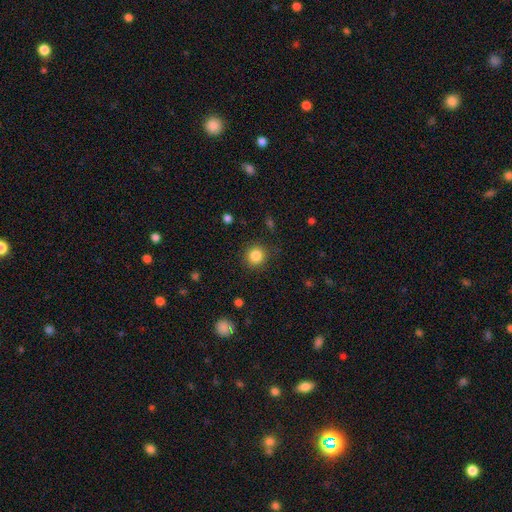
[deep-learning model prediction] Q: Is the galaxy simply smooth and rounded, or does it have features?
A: smooth — 84%.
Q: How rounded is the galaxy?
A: round — 93%.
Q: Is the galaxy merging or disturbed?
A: none — 87%.